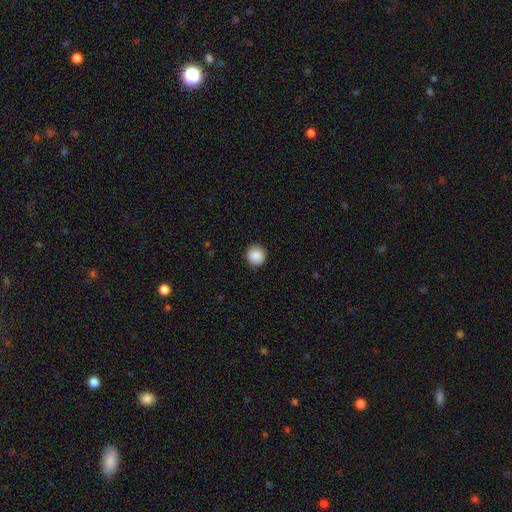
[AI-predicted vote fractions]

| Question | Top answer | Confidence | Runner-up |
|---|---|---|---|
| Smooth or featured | smooth | 89% | star or artifact (8%) |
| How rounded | round | 92% | in between (8%) |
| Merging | none | 90% | minor disturbance (7%) |